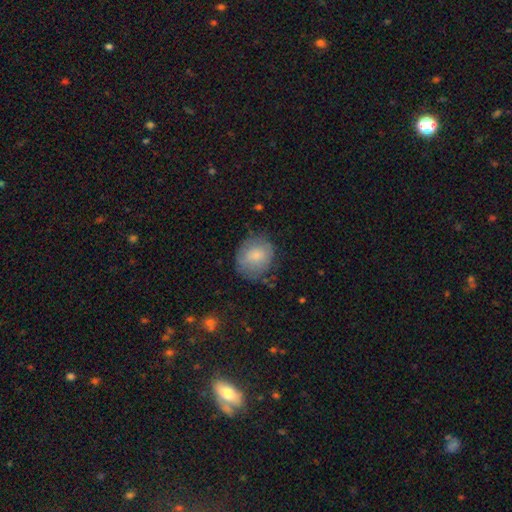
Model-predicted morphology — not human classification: smooth-or-featured: smooth: 74% | featured or disk: 18% | star or artifact: 8%
  how-rounded: round: 73% | in between: 27% | cigar-shaped: 1%
  merging: none: 68% | minor disturbance: 22% | major disturbance: 8% | merger: 2%